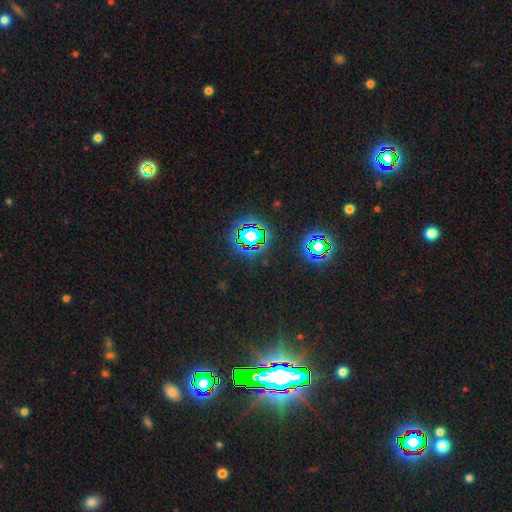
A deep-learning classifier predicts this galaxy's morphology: smooth-or-featured: star or artifact: 82% | smooth: 10% | featured or disk: 8%